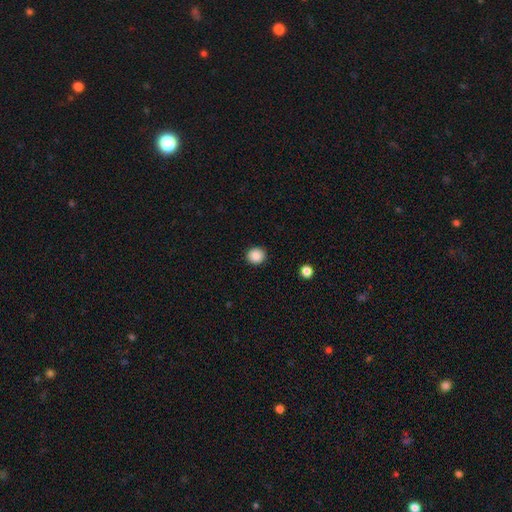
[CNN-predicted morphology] Overall: smooth (88%). How rounded: round (89%). Merging: none (91%).